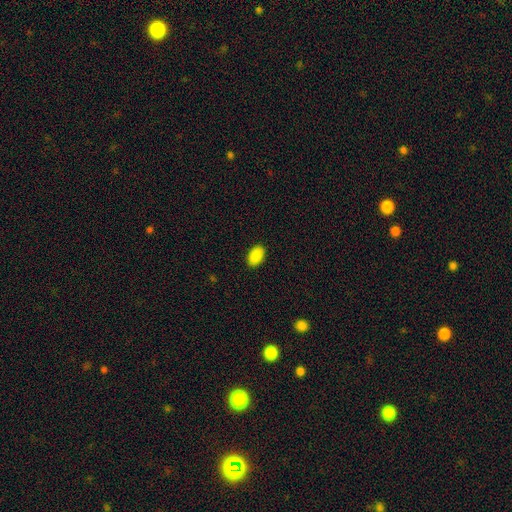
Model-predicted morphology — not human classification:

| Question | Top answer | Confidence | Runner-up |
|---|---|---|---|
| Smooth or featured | smooth | 90% | star or artifact (8%) |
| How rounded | in between | 91% | round (7%) |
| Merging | none | 89% | minor disturbance (8%) |